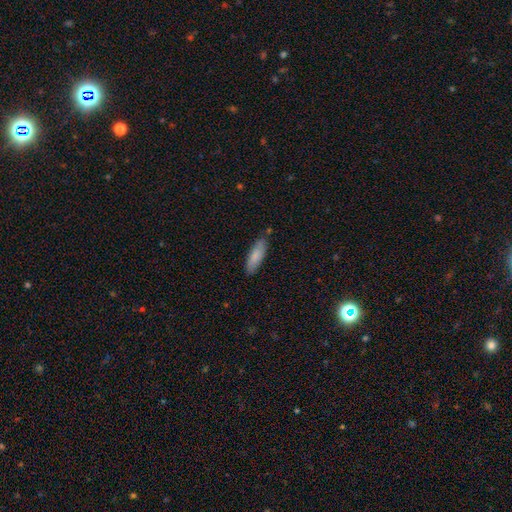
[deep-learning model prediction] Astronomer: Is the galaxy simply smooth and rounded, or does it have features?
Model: smooth — 82%.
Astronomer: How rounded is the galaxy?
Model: cigar-shaped — 52% (runner-up: in between, 47%).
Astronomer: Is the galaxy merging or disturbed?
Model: none — 82%.